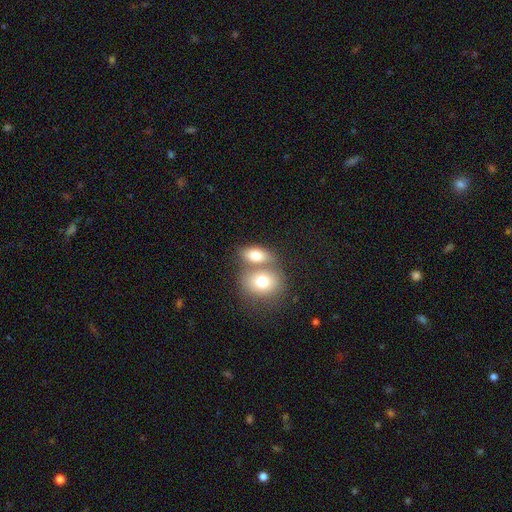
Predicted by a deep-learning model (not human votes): Smooth or featured? smooth (74%)
How rounded? in between (74%)
Merging? merger (50%)